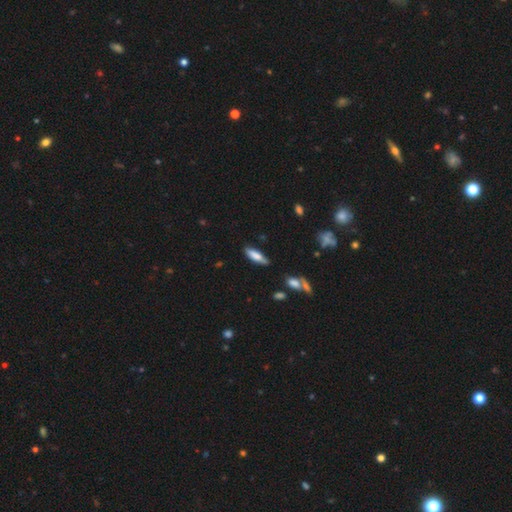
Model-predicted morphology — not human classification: This is likely a smooth galaxy (76%). How rounded: possibly in between (50%). Merging: likely none (78%).